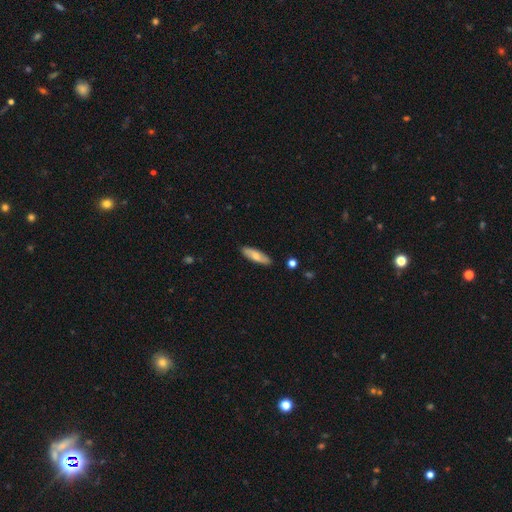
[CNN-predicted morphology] Overall: smooth (69%). How rounded: cigar-shaped (57%; in between 41%). Merging: none (88%).